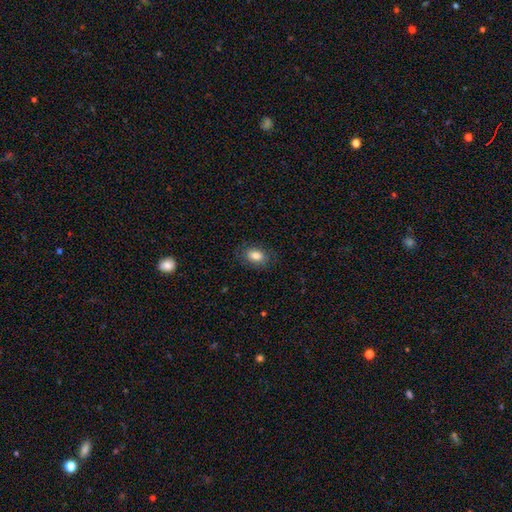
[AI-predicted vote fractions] A smooth galaxy with no disk features (83%) that is in between round and cigar-shaped (85%).

Vote fractions:
- Smooth or featured? smooth: 83% / featured or disk: 9% / star or artifact: 8%
- How rounded? in between: 85% / round: 13% / cigar-shaped: 2%
- Merging? none: 82% / minor disturbance: 13% / major disturbance: 4% / merger: 1%